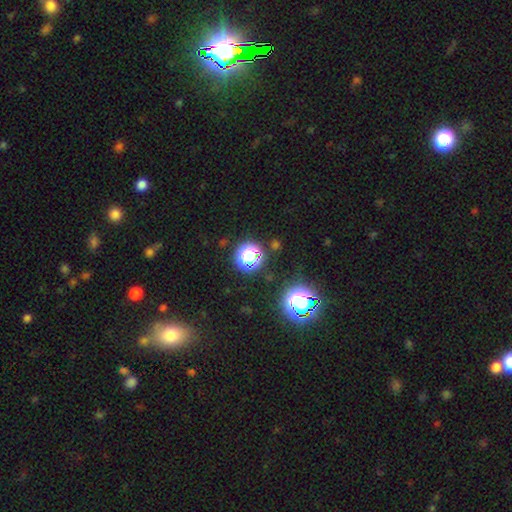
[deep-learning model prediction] Smooth or featured: star or artifact — 63% (smooth — 29%)